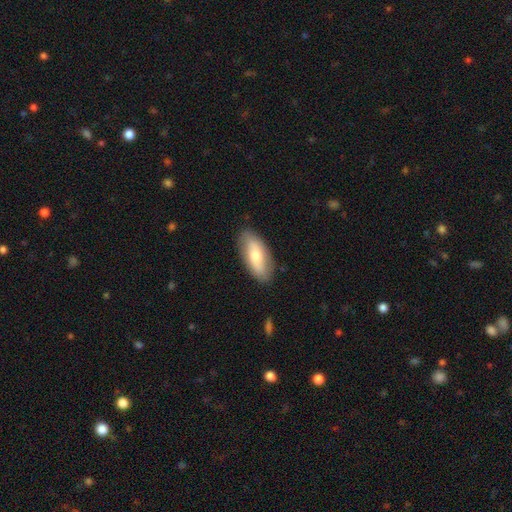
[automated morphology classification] Smooth or featured? smooth (61%)
How rounded? in between (84%)
Merging? none (85%)